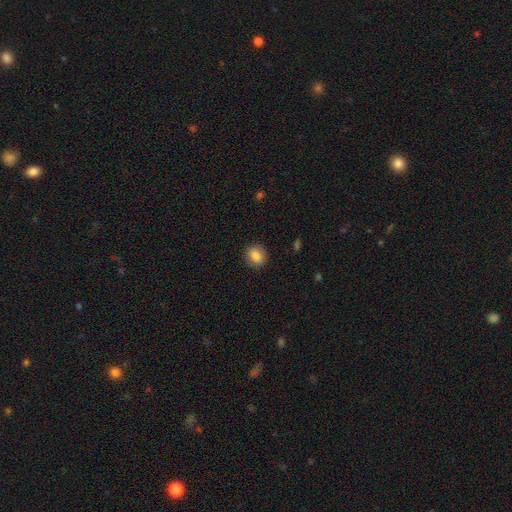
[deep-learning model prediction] smooth_or_featured: smooth (p=0.85) [alt: star or artifact p=0.08]
how_rounded: round (p=0.64) [alt: in between p=0.35]
merging: none (p=0.89) [alt: minor disturbance p=0.08]